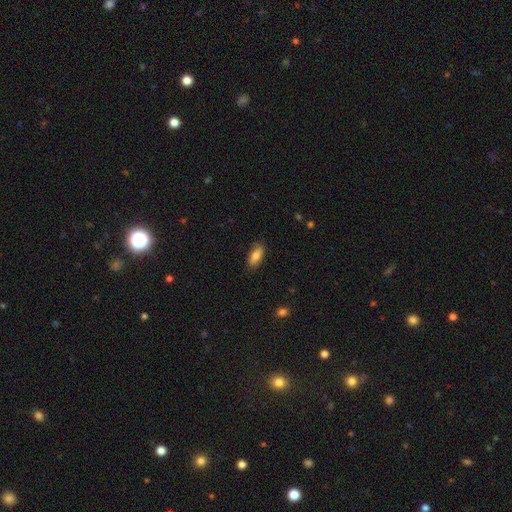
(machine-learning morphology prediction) Smooth or featured? smooth (83%)
How rounded? in between (86%)
Merging? none (81%)